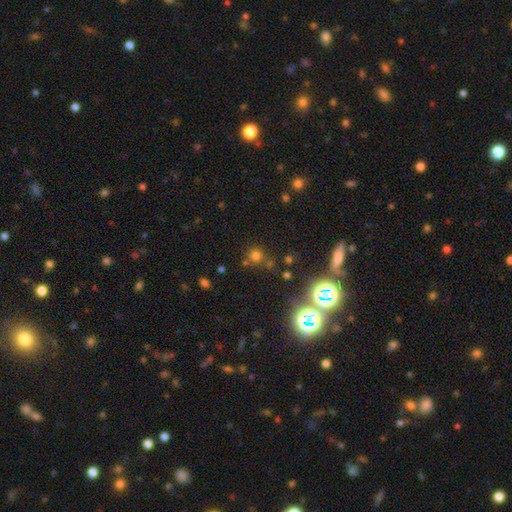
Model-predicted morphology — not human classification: smooth-or-featured: smooth: 61% | star or artifact: 31% | featured or disk: 8%
  how-rounded: round: 90% | in between: 9% | cigar-shaped: 1%
  merging: none: 68% | merger: 16% | minor disturbance: 11% | major disturbance: 5%